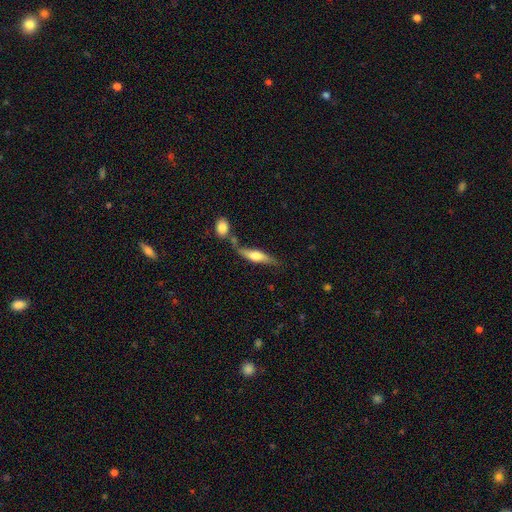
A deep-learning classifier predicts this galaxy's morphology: Q: Smooth or featured?
A: featured or disk (49%); runner-up: smooth (45%)
Q: Merging?
A: none (59%); runner-up: minor disturbance (19%)